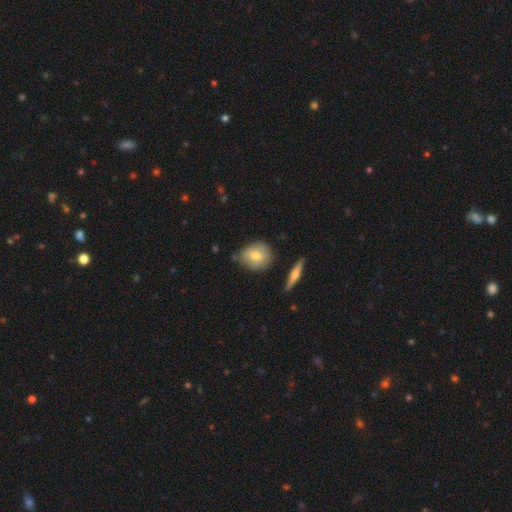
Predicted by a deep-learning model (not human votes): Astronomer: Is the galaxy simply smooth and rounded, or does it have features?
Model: smooth — 65%.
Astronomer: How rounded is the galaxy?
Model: round — 71%.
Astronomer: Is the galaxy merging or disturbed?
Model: none — 70%.